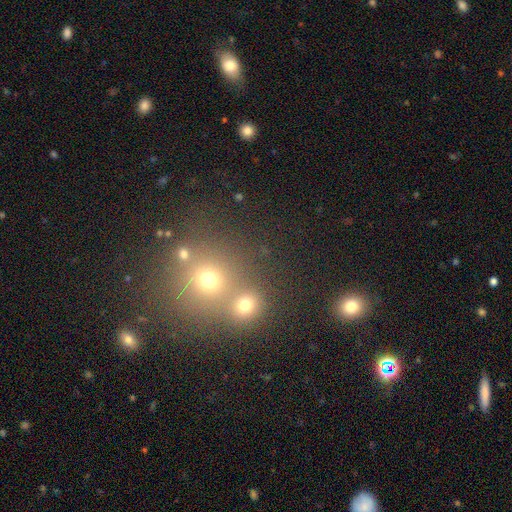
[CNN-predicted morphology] This is possibly a smooth galaxy (53%). How rounded: clearly round (87%). Merging: possibly none (57%).